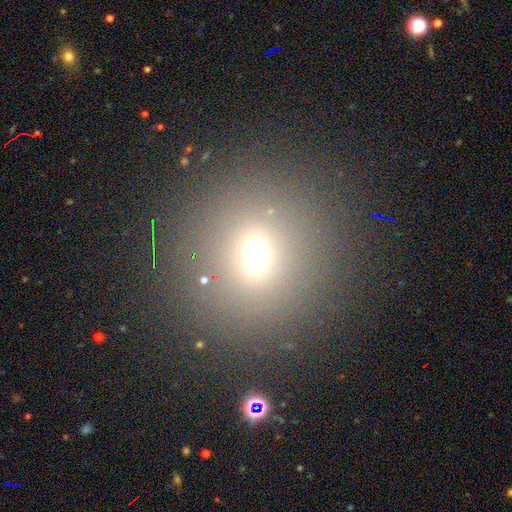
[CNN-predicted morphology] Smooth or featured? Predicted: smooth (p=0.63). How rounded? Predicted: round (p=0.86). Merging? Predicted: none (p=0.84).